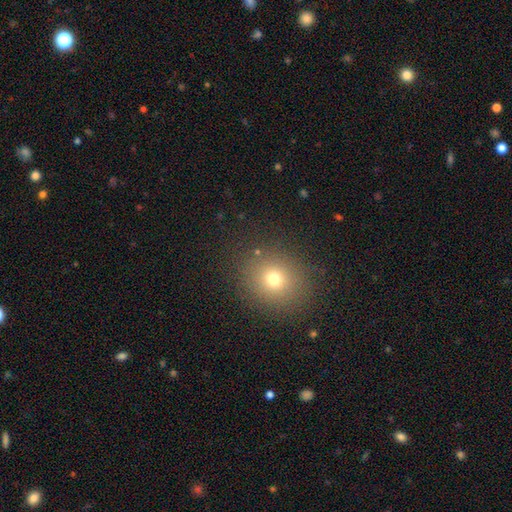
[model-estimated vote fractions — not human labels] Q: Smooth or featured?
A: smooth (68%); runner-up: star or artifact (23%)
Q: How rounded?
A: round (80%); runner-up: in between (19%)
Q: Merging?
A: none (89%); runner-up: minor disturbance (7%)